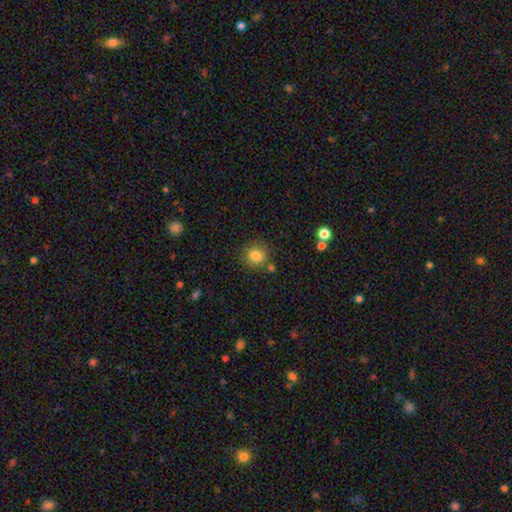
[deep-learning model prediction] smooth 82%, star or artifact 11%, featured or disk 6%. Down the decision tree: how rounded — round (84%); merging — none (79%).